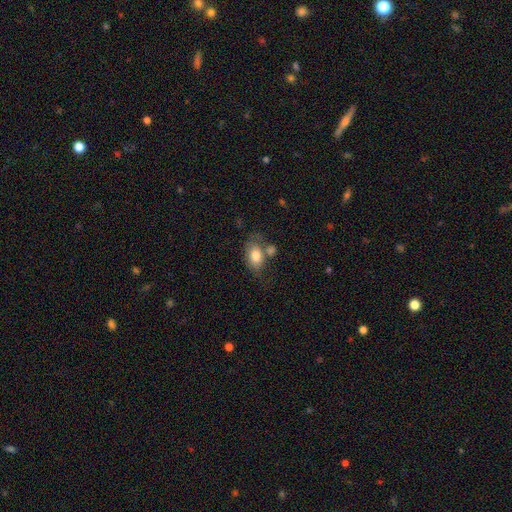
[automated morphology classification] Smooth or featured? Predicted: smooth (p=0.78). How rounded? Predicted: in between (p=0.87). Merging? Predicted: none (p=0.48).